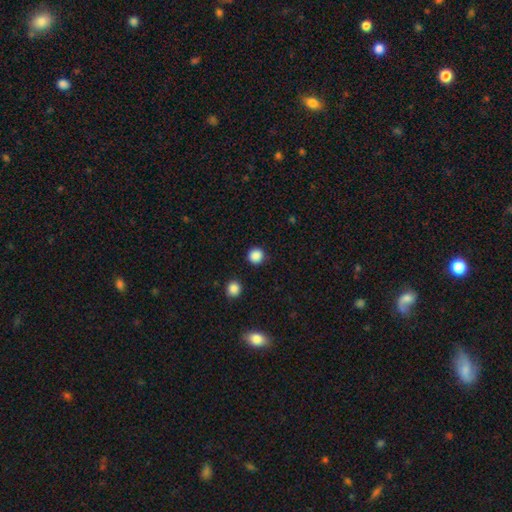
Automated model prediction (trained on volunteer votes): This appears to be a smooth galaxy with no disk features (87%) that is round (94%). Merging: none (90%).